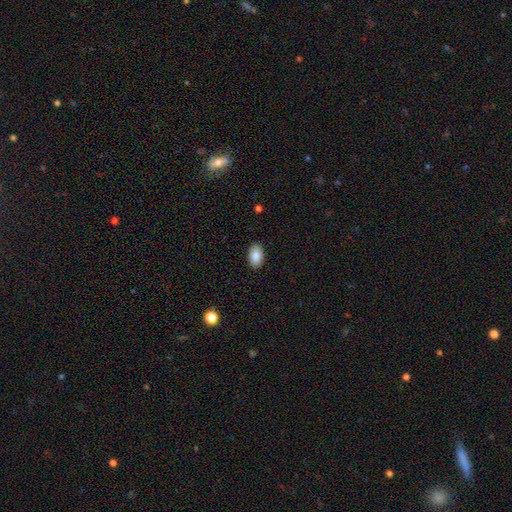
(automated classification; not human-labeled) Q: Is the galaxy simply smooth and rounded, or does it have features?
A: smooth — 84%.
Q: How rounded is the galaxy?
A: in between — 92%.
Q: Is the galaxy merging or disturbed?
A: none — 90%.